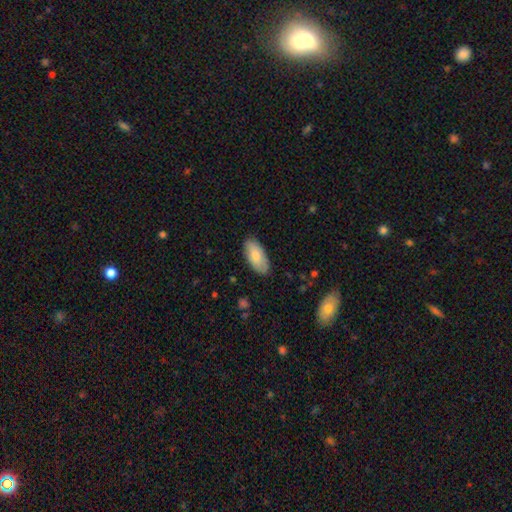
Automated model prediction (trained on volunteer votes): A smooth galaxy with no disk features (80%) that is in between round and cigar-shaped (92%). Merging: none (86%).